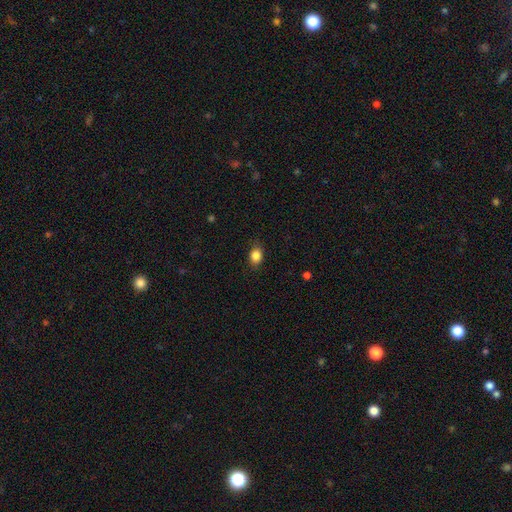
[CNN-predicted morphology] Overall: smooth (85%). How rounded: in between (61%; round 38%). Merging: none (83%).